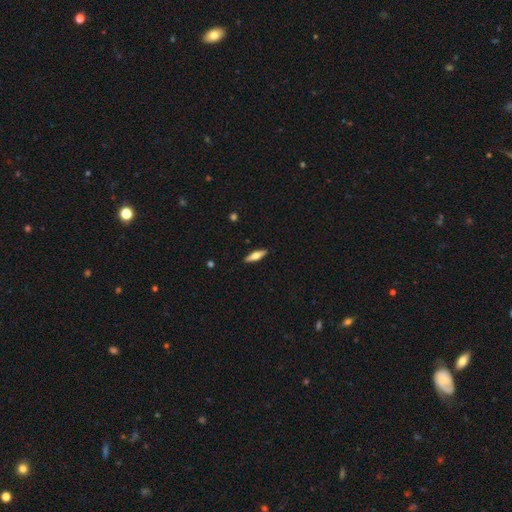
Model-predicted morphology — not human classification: Overall: smooth (53%; featured or disk 40%). How rounded: cigar-shaped (58%; in between 39%). Merging: none (90%).